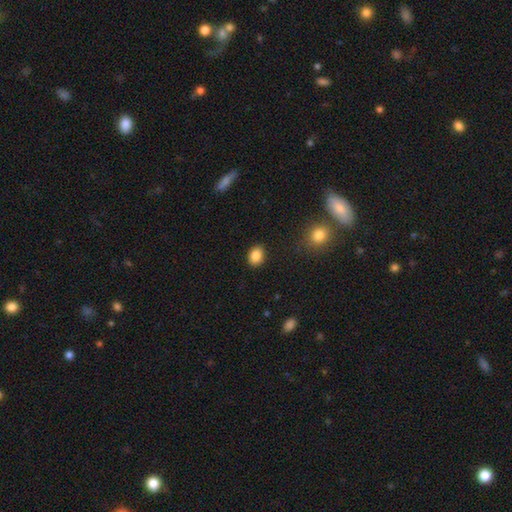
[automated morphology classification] smooth 86%, star or artifact 9%, featured or disk 5%. Down the decision tree: how rounded — in between (61%); merging — none (89%).